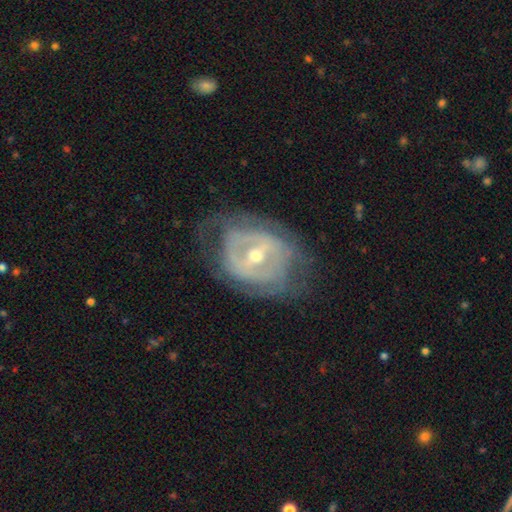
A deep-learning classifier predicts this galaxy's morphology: Smooth or featured: featured or disk — 82% (smooth — 12%)
Edge-on disk: no — 95% (yes — 5%)
Bar: strong — 42% (weak — 39%)
Spiral arms: yes — 69% (no — 31%)
Spiral winding: tight — 56% (medium — 30%)
Spiral arm count: can't tell — 43% (2 — 38%)
Bulge size: moderate — 50% (small — 47%)
Merging: none — 63% (minor disturbance — 21%)